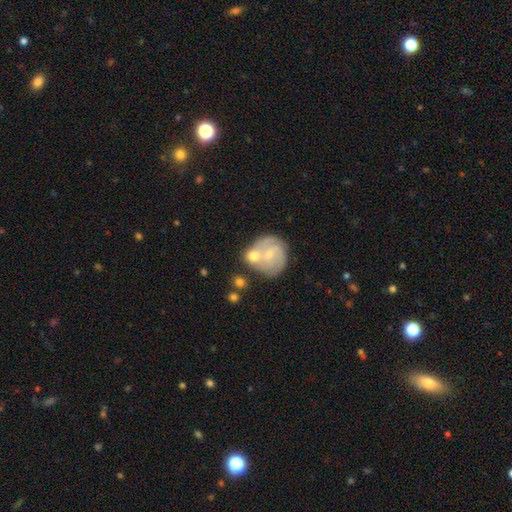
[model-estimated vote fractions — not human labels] This is likely a featured or disk galaxy (60%). It is clearly not viewed edge-on (97%). Bar: possibly no (56%). Spiral arm pattern: likely yes (75%). Central bulge: likely small (66%). Merging: possibly none (47%).